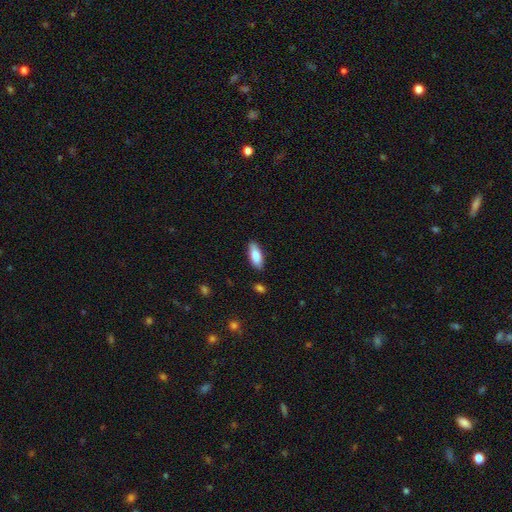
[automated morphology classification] Smooth or featured?
  - smooth: 84% *
  - featured or disk: 10%
  - star or artifact: 6%
How rounded?
  - in between: 75% *
  - cigar-shaped: 23%
  - round: 2%
Merging?
  - none: 85% *
  - minor disturbance: 11%
  - major disturbance: 2%
  - merger: 2%